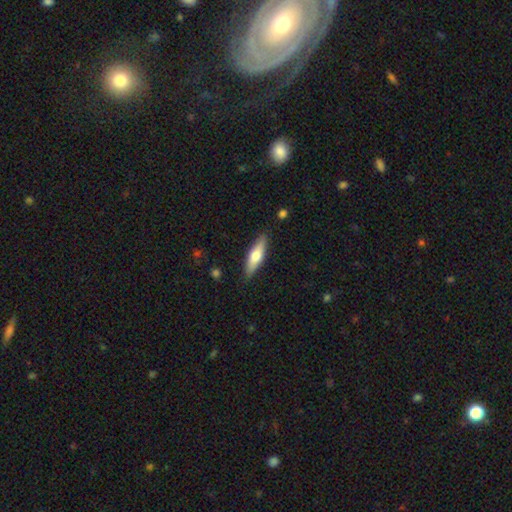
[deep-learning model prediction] smooth_or_featured: smooth (p=0.58) [alt: featured or disk p=0.36]
how_rounded: cigar-shaped (p=0.62) [alt: in between p=0.36]
merging: none (p=0.87) [alt: minor disturbance p=0.10]